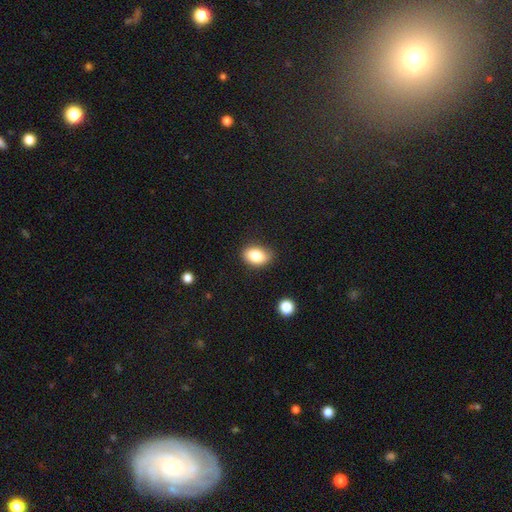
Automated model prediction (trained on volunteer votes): smooth 85%, star or artifact 9%, featured or disk 7%. Down the decision tree: how rounded — in between (82%); merging — none (82%).